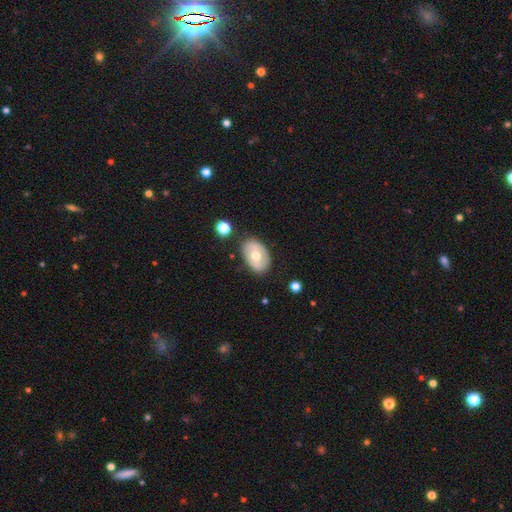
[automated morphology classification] A smooth galaxy with no disk features (52%) that is in between round and cigar-shaped (83%).

Vote fractions:
- Smooth or featured? smooth: 52% / featured or disk: 41% / star or artifact: 7%
- How rounded? in between: 83% / round: 16% / cigar-shaped: 1%
- Merging? none: 80% / minor disturbance: 13% / major disturbance: 3% / merger: 3%